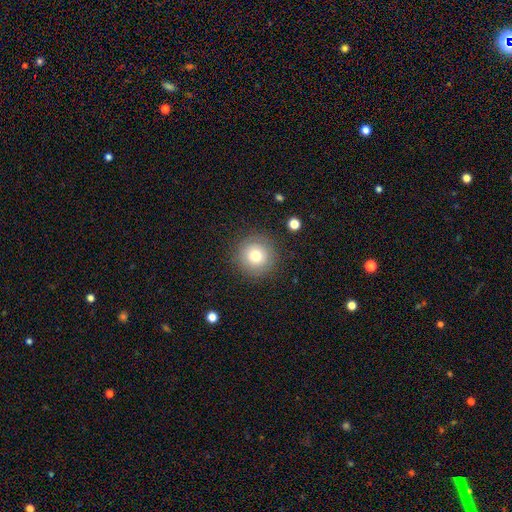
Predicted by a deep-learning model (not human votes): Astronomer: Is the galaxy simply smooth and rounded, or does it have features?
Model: smooth — 72%.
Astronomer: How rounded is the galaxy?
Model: round — 96%.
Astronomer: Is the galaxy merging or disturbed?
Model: none — 87%.